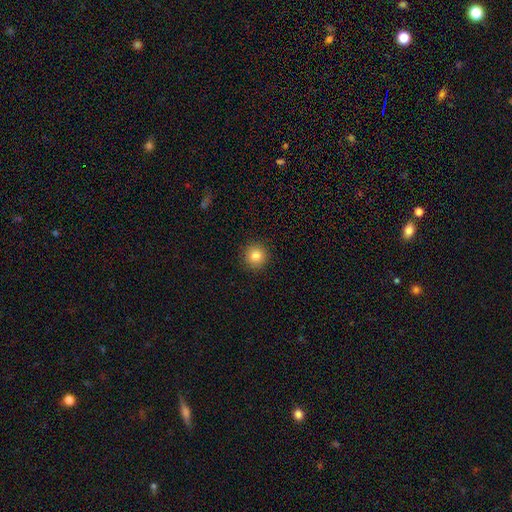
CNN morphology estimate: Smooth or featured: smooth — 82% (star or artifact — 11%)
How rounded: round — 95% (in between — 4%)
Merging: none — 92% (minor disturbance — 5%)